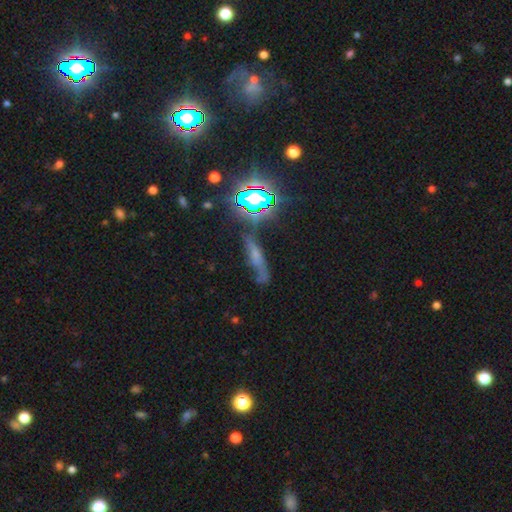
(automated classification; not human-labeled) smooth-or-featured: featured or disk: 34% (tied) | smooth: 34% (tied) | star or artifact: 31%
  merging: none: 57% | minor disturbance: 23% | major disturbance: 13% | merger: 7%